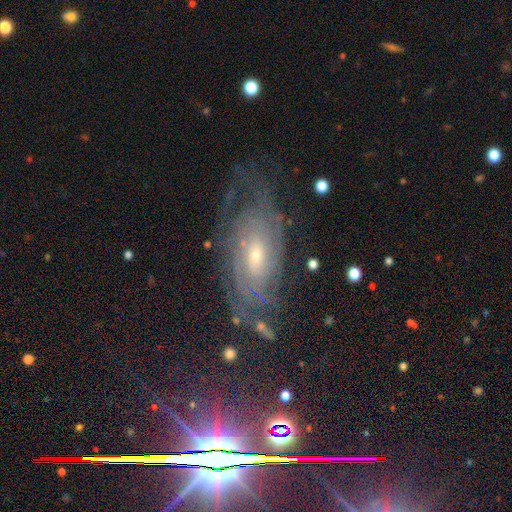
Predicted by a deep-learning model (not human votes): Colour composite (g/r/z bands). It shows a featured or disk galaxy (82%) with no bar (60%), tight (68%) spiral arms (92%) and a small central bulge (57%). Merging: none (66%).